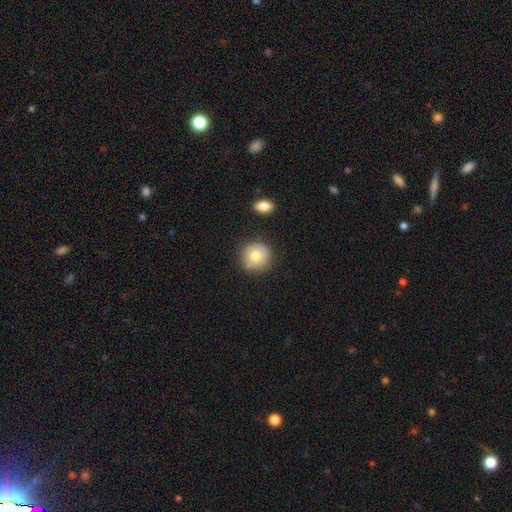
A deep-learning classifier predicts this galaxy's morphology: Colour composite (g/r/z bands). It shows a smooth galaxy with no disk features (75%) that is round (93%). Merging: none (82%).